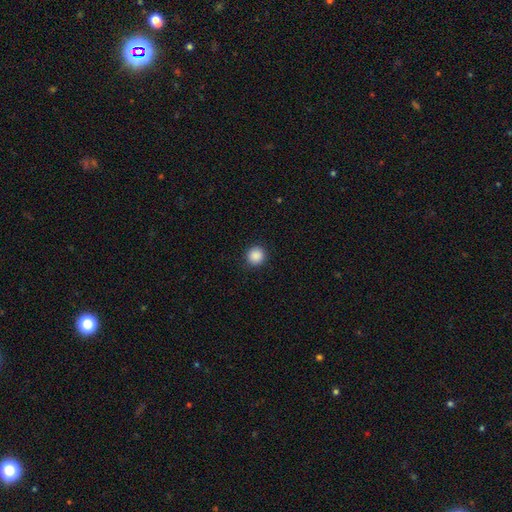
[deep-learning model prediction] Morphology: type=smooth (88%); roundness=round (95%); merging=none (92%).